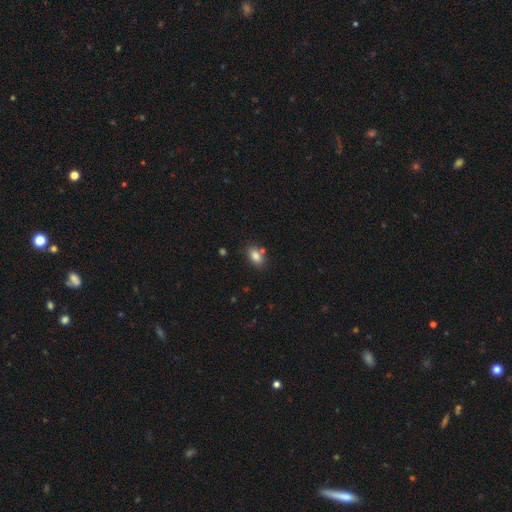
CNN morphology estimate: Smooth or featured?
  - smooth: 84% *
  - star or artifact: 9%
  - featured or disk: 7%
How rounded?
  - in between: 88% *
  - round: 10%
  - cigar-shaped: 3%
Merging?
  - none: 74% *
  - minor disturbance: 13%
  - merger: 10%
  - major disturbance: 3%